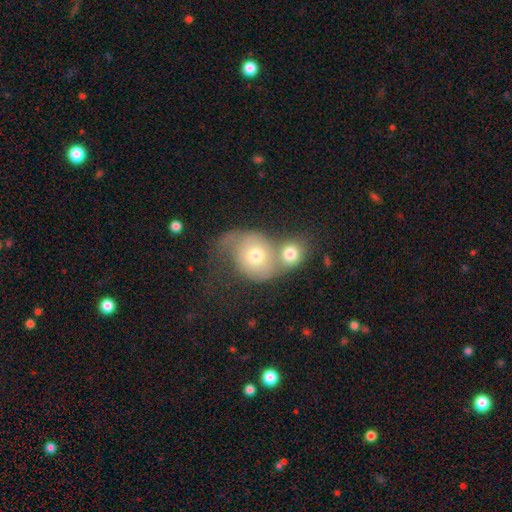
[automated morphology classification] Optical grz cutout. It shows a smooth galaxy with no disk features (57%) that is round (69%). Merging: merger (65%).